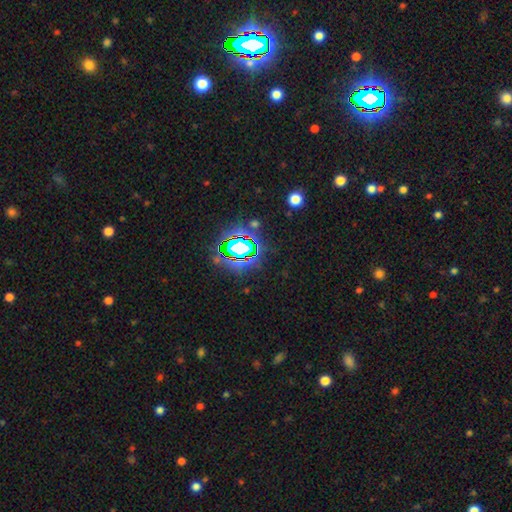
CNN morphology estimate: The model was most divided on "smooth or featured": star or artifact: 78%, smooth: 14%, featured or disk: 9%.